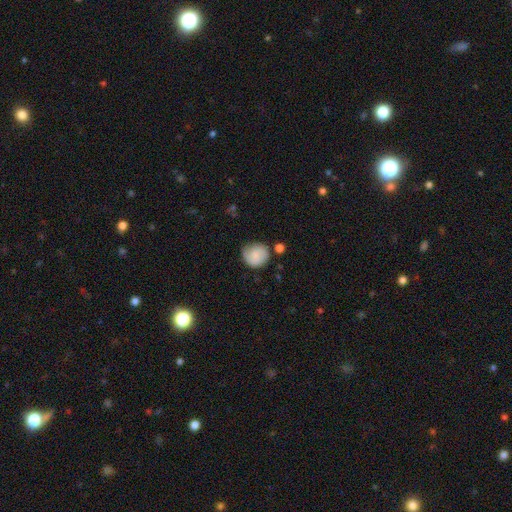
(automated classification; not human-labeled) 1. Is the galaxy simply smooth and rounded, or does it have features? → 72% smooth, 20% featured or disk, 8% star or artifact.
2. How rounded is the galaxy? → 88% round, 11% in between, 1% cigar-shaped.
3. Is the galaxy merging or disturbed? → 64% none, 24% minor disturbance, 7% major disturbance, 5% merger.